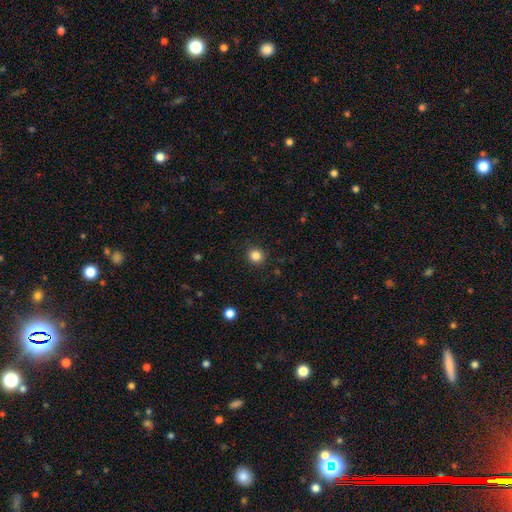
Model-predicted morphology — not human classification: The model was most divided on "smooth or featured": smooth: 84%, star or artifact: 12%, featured or disk: 4%. More confident: merging — none (90%); how rounded — round (90%).